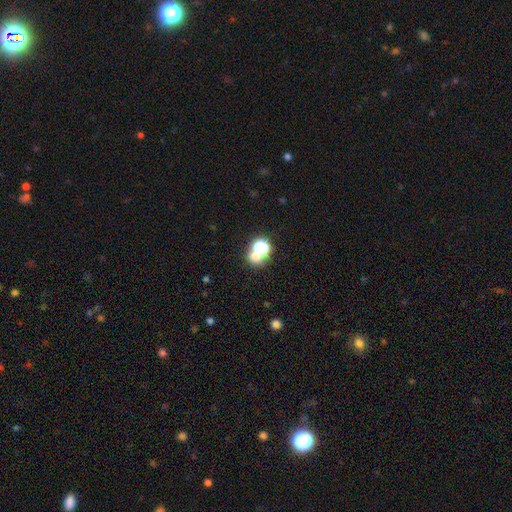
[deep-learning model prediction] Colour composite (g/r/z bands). It shows a smooth galaxy with no disk features (57%) that is round (73%). Merging: none (50%).